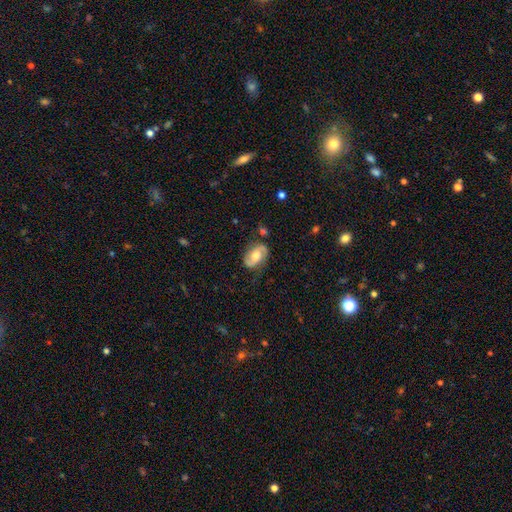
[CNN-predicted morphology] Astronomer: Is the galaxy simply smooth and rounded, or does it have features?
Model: featured or disk — 68%.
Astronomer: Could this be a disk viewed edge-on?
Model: no — 97%.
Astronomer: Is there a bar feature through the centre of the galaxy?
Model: no — 56% (runner-up: weak, 33%).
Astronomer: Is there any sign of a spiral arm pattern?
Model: yes — 91%.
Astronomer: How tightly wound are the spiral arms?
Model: medium — 44% (runner-up: loose, 32%).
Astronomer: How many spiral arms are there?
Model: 2 — 89%.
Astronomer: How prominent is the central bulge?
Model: moderate — 65%.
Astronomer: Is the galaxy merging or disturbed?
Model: none — 73%.